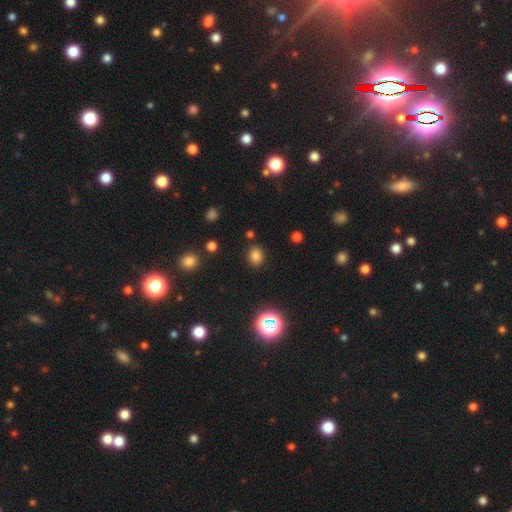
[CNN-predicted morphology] Overall: smooth (76%). How rounded: round (54%; in between 44%). Merging: none (86%).